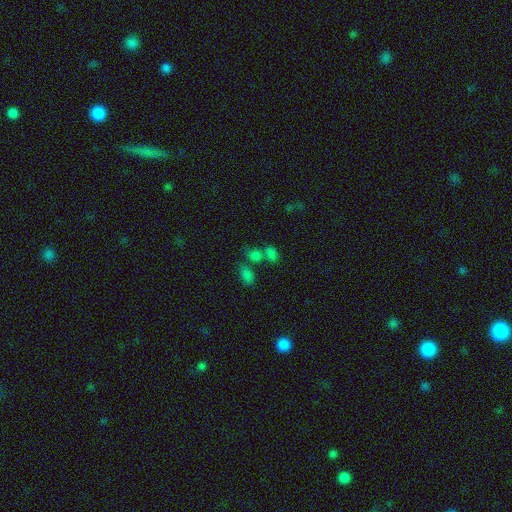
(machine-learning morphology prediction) This appears to be a smooth galaxy with no disk features (73%) that is in between round and cigar-shaped (77%). Merging: merger (44%).